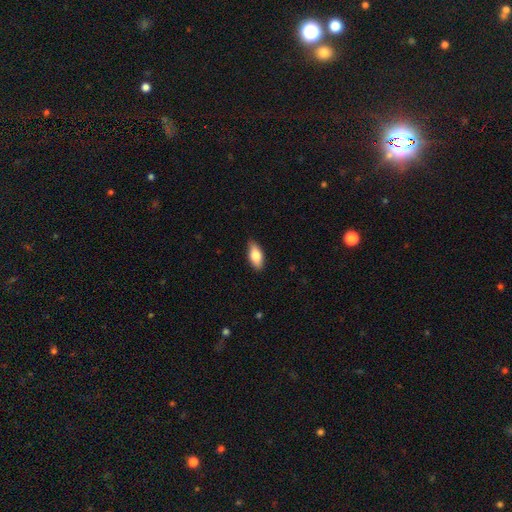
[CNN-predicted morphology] Smooth or featured? Predicted: smooth (p=0.77). How rounded? Predicted: in between (p=0.85). Merging? Predicted: none (p=0.84).